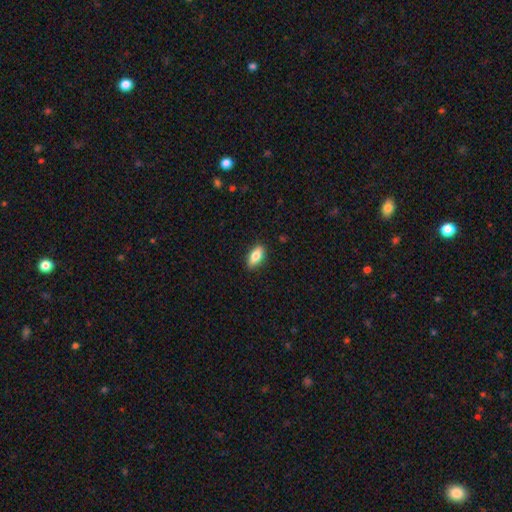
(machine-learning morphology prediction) Q: Smooth or featured?
A: smooth (82%); runner-up: featured or disk (11%)
Q: How rounded?
A: in between (88%); runner-up: cigar-shaped (9%)
Q: Merging?
A: none (88%); runner-up: minor disturbance (9%)